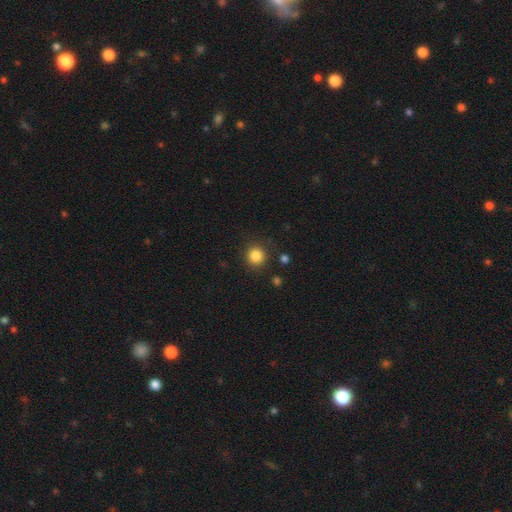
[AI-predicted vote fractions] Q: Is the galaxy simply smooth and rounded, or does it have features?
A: smooth — 85%.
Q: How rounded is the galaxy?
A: round — 92%.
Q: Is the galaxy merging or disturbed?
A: none — 88%.